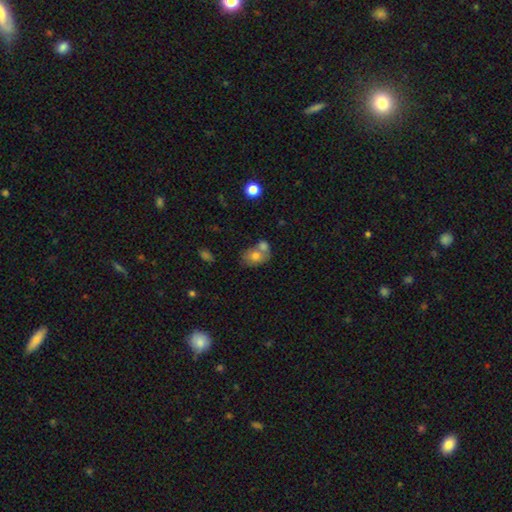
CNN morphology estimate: A smooth galaxy with no disk features (72%) that is in between round and cigar-shaped (64%). Merging: merger (51%).